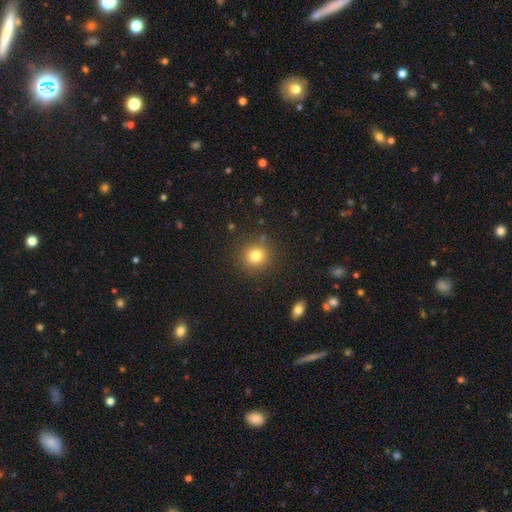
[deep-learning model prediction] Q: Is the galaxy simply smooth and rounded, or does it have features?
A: smooth — 79%.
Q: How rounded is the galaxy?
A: round — 90%.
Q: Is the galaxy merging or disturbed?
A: none — 86%.